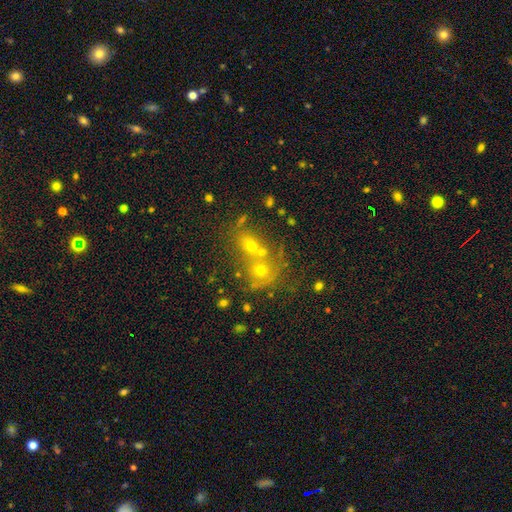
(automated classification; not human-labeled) A smooth galaxy with no disk features (43%). Merging: merger (57%).